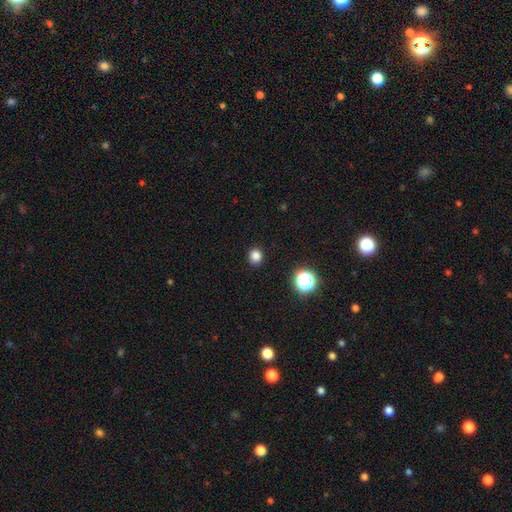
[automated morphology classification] A smooth galaxy with no disk features (82%) that is round (81%). Merging: none (90%).